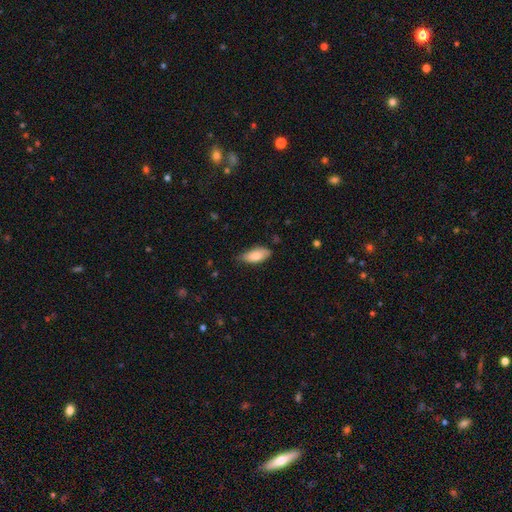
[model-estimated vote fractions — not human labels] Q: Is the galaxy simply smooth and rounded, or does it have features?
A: smooth — 83%.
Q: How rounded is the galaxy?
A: in between — 87%.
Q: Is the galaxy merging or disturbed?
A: none — 67%.